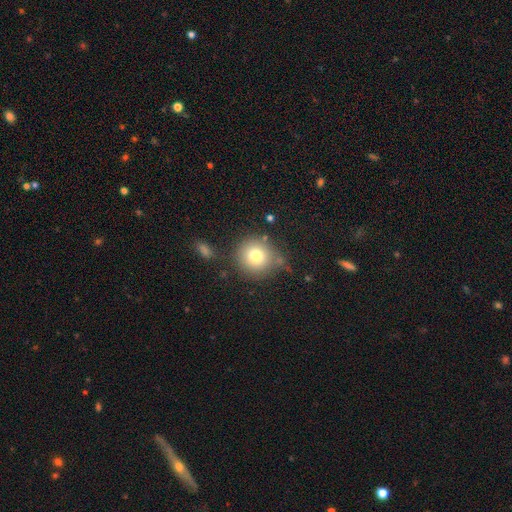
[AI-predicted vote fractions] Smooth or featured: smooth — 77% (featured or disk — 11%)
How rounded: round — 91% (in between — 8%)
Merging: none — 74% (minor disturbance — 15%)